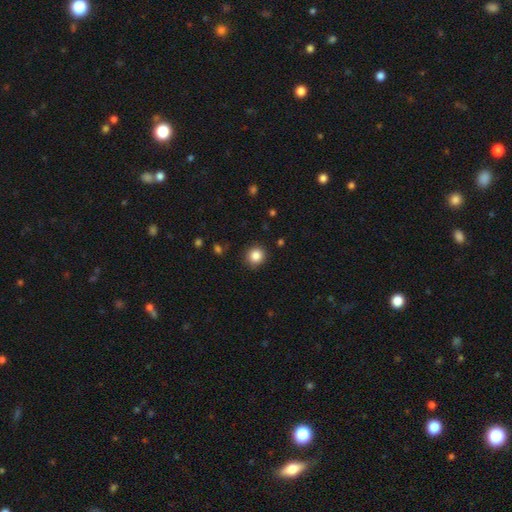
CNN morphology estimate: A smooth galaxy with no disk features (85%) that is round (89%).

Vote fractions:
- Smooth or featured? smooth: 85% / star or artifact: 10% / featured or disk: 4%
- How rounded? round: 89% / in between: 10% / cigar-shaped: 1%
- Merging? none: 89% / minor disturbance: 8% / major disturbance: 2% / merger: 1%